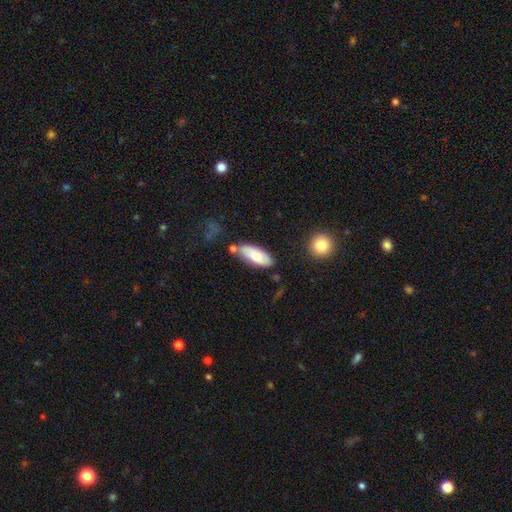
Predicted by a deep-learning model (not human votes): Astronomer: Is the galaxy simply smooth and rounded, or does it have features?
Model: smooth — 70%.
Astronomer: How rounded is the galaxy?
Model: in between — 80%.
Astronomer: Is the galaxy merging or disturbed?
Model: none — 65%.